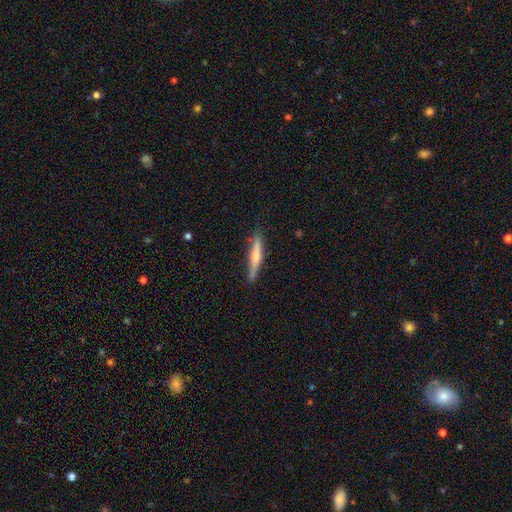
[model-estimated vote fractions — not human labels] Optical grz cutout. It shows a featured or disk galaxy (49%). Merging: none (81%).